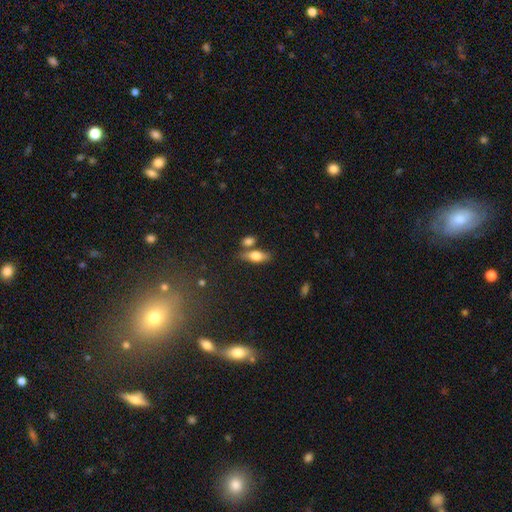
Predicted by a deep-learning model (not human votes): This is likely a smooth galaxy (73%). How rounded: likely in between (76%). Merging: likely none (61%).